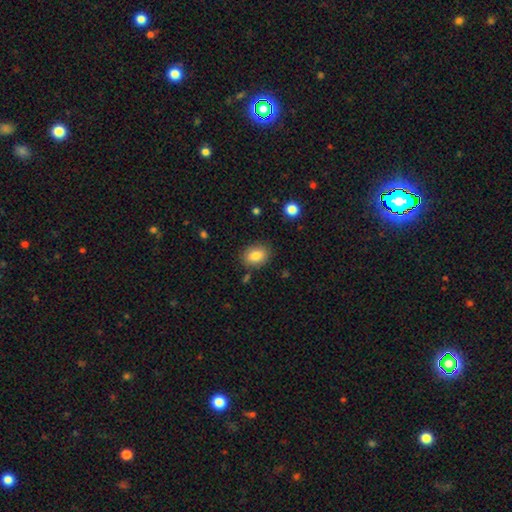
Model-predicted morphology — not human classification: Q: Smooth or featured?
A: smooth (84%); runner-up: star or artifact (8%)
Q: How rounded?
A: in between (67%); runner-up: round (32%)
Q: Merging?
A: none (83%); runner-up: minor disturbance (11%)